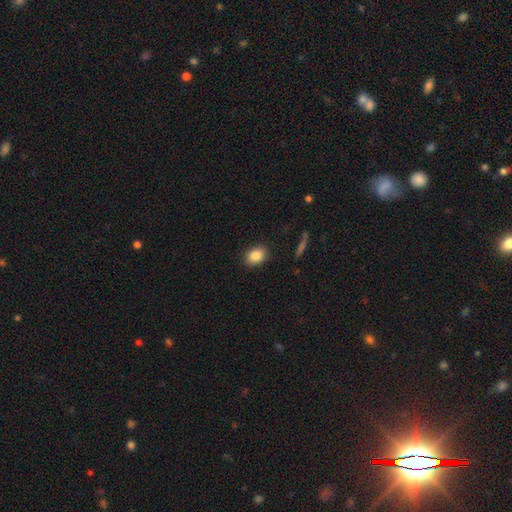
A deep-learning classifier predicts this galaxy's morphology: smooth 86%, star or artifact 9%, featured or disk 5%. Down the decision tree: how rounded — in between (67%); merging — none (88%).